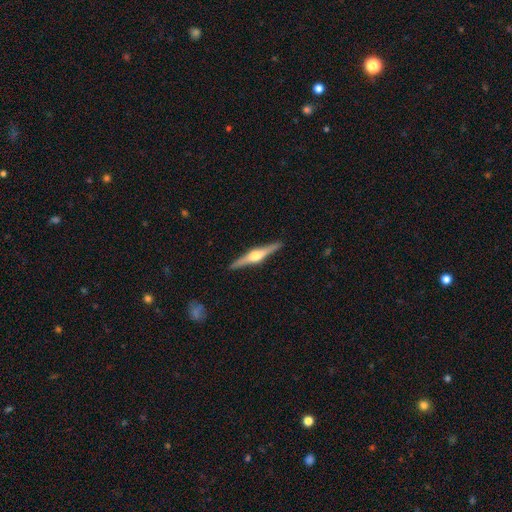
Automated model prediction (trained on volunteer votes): Smooth or featured? featured or disk (79%)
Edge-on disk? yes (98%)
Edge-on bulge? rounded (94%)
Merging? none (92%)